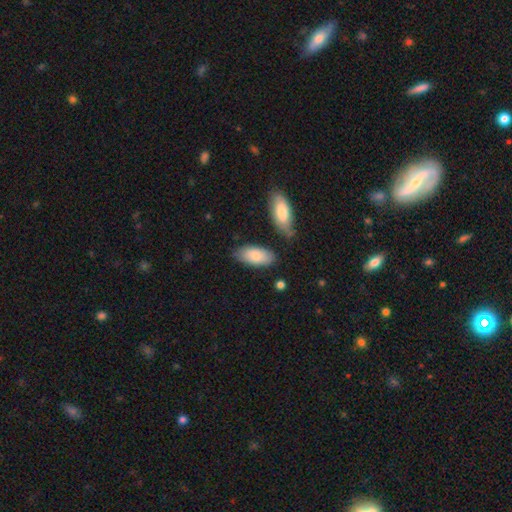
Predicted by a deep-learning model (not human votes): Q: Smooth or featured?
A: smooth (82%); runner-up: featured or disk (13%)
Q: How rounded?
A: in between (90%); runner-up: cigar-shaped (8%)
Q: Merging?
A: none (73%); runner-up: minor disturbance (18%)